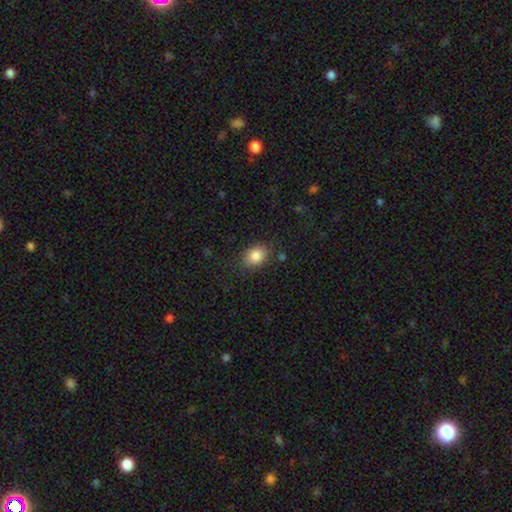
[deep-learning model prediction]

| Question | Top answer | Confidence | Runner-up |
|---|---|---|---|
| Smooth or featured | smooth | 85% | star or artifact (9%) |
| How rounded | in between | 65% | round (34%) |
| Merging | none | 81% | minor disturbance (14%) |